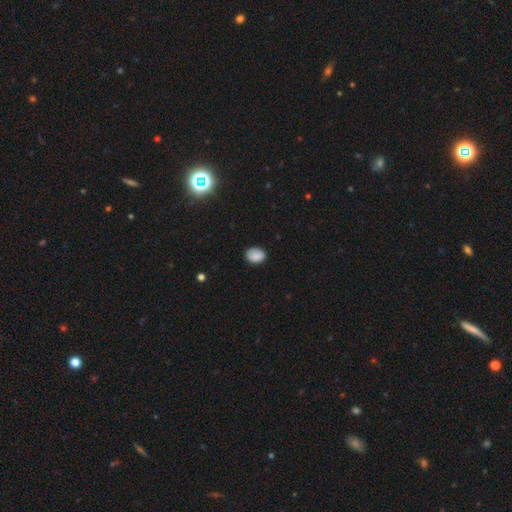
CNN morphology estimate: This is clearly a smooth galaxy (87%). How rounded: likely in between (67%). Merging: clearly none (82%).